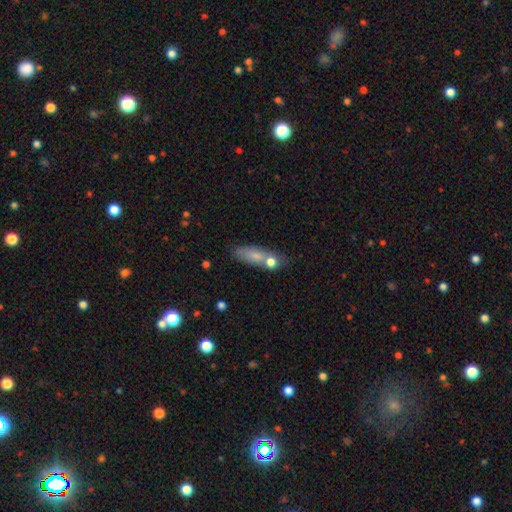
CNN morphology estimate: Overall: smooth (71%). How rounded: in between (55%; cigar-shaped 39%). Merging: none (56%; merger 22%).